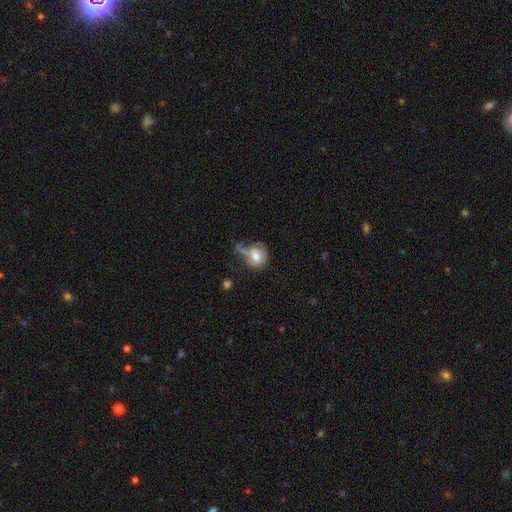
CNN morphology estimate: Smooth or featured?
  - smooth: 62% *
  - featured or disk: 29%
  - star or artifact: 9%
How rounded?
  - round: 49% * (tied)
  - in between: 49% * (tied)
  - cigar-shaped: 1%
Merging?
  - major disturbance: 31% *
  - none: 27%
  - minor disturbance: 23%
  - merger: 18%